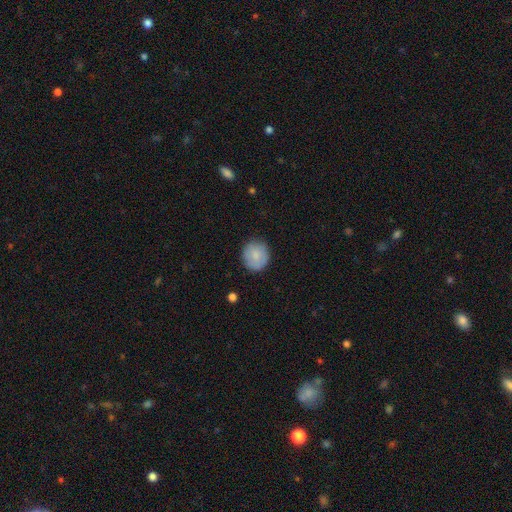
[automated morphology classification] Smooth or featured: smooth — 79% (featured or disk — 14%)
How rounded: round — 87% (in between — 12%)
Merging: none — 84% (minor disturbance — 12%)